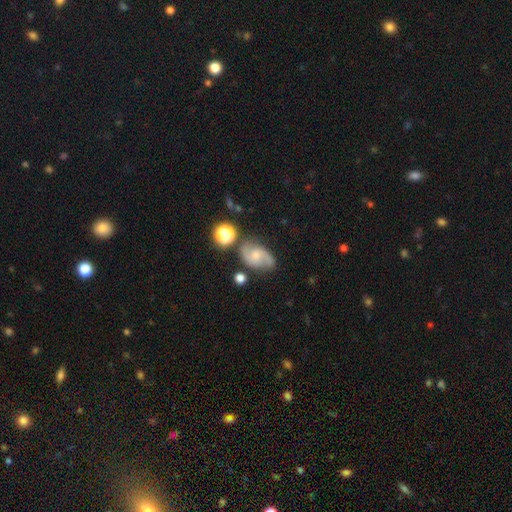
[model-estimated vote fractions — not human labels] A featured or disk galaxy (70%) with no bar (58%), 2 (89%) medium (46%) spiral arms (94%) and a small central bulge (47%). Merging: none (66%).